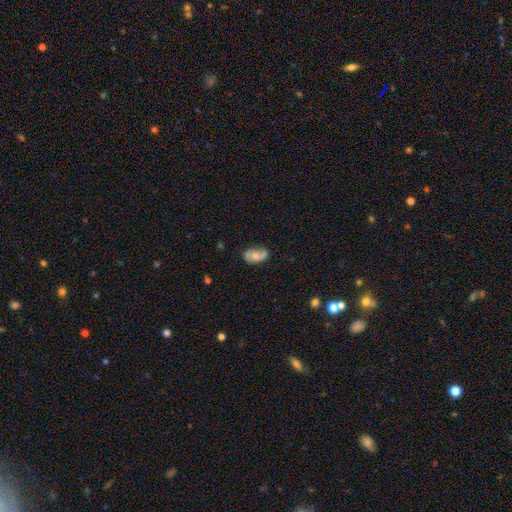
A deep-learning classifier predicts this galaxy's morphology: Smooth or featured?
  - smooth: 47% *
  - featured or disk: 45%
  - star or artifact: 8%
Merging?
  - none: 66% *
  - minor disturbance: 25%
  - major disturbance: 6%
  - merger: 3%